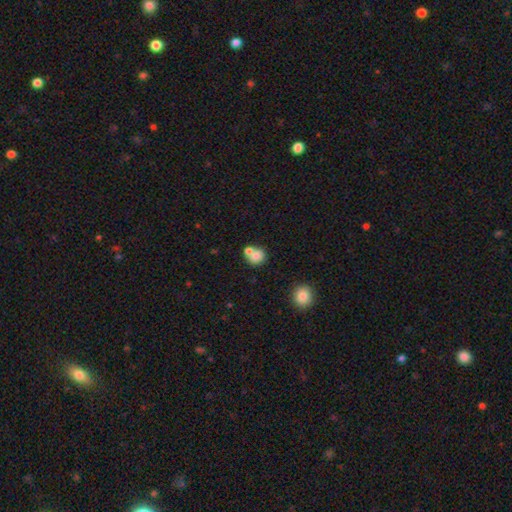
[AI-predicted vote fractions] Smooth or featured? smooth (79%)
How rounded? round (78%)
Merging? none (45%)